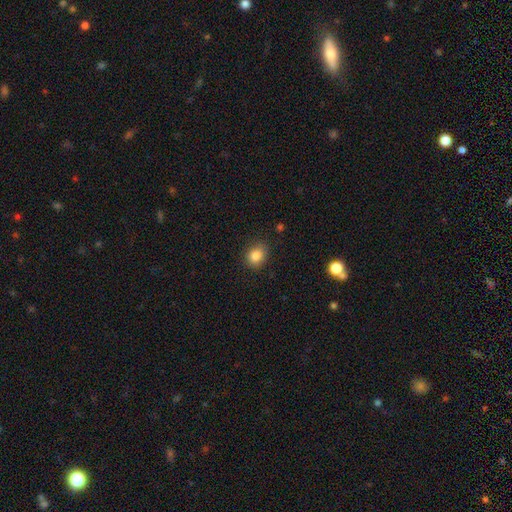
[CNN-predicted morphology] type=smooth (85%); roundness=round (52%); merging=none (83%).